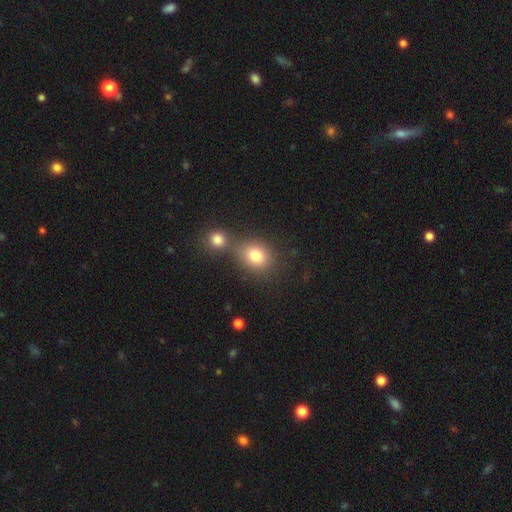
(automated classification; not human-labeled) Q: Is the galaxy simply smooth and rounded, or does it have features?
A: smooth — 79%.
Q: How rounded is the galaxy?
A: round — 57%.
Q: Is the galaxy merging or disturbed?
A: none — 52%.